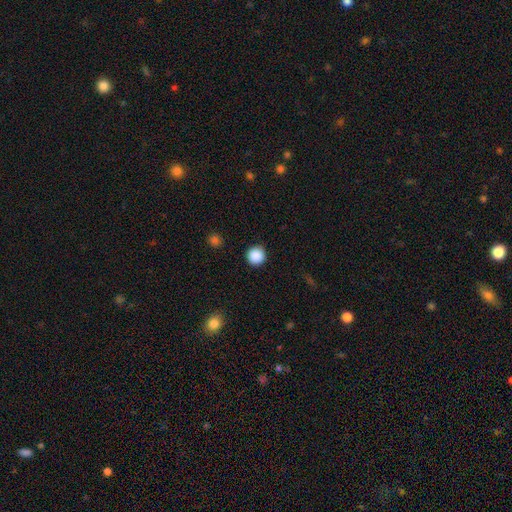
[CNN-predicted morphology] smooth 89%, star or artifact 9%, featured or disk 2%. Down the decision tree: how rounded — round (96%); merging — none (92%).